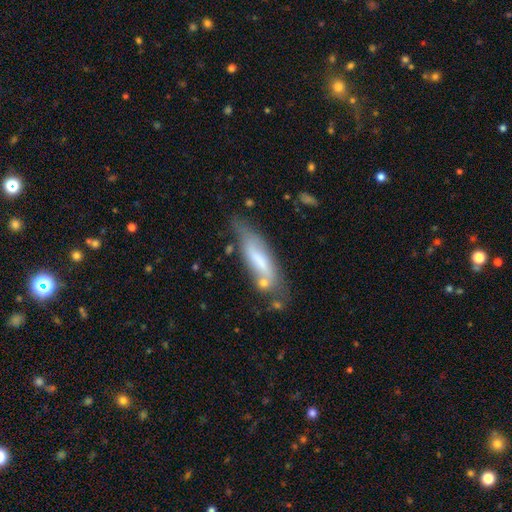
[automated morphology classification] Smooth or featured? smooth (51%)
How rounded? cigar-shaped (64%)
Merging? none (53%)